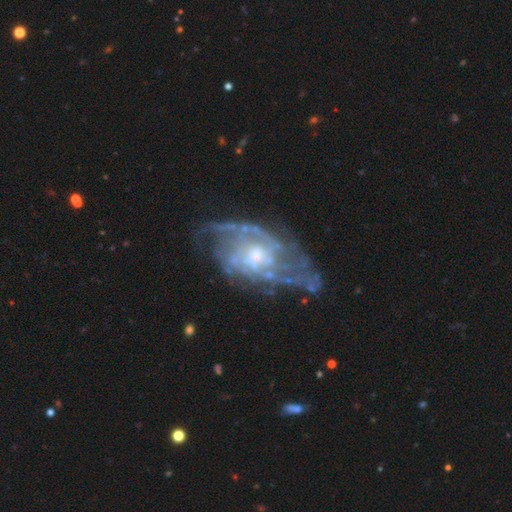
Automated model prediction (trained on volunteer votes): Overall: featured or disk (86%). Edge-on disk: no (95%). Bar: no (69%). Spiral arms: yes (87%). Spiral arm count: can't tell (38%; 2 31%). Spiral winding: tight (44%; medium 40%). Bulge size: small (48%; moderate 45%). Merging: none (59%; minor disturbance 22%).